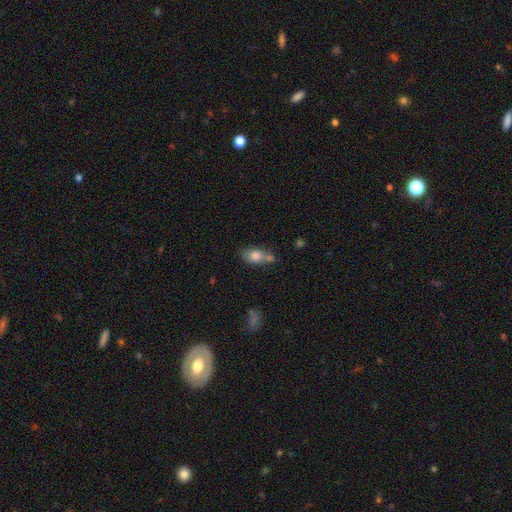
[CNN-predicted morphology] type=smooth (78%); roundness=in between (81%); merging=none (46%).